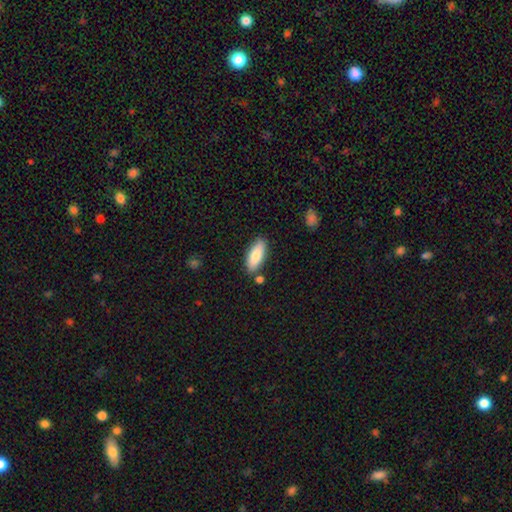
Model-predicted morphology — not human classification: A smooth galaxy with no disk features (83%) that is in between round and cigar-shaped (73%).

Vote fractions:
- Smooth or featured? smooth: 83% / featured or disk: 12% / star or artifact: 6%
- How rounded? in between: 73% / cigar-shaped: 25% / round: 2%
- Merging? none: 82% / minor disturbance: 11% / merger: 5% / major disturbance: 2%